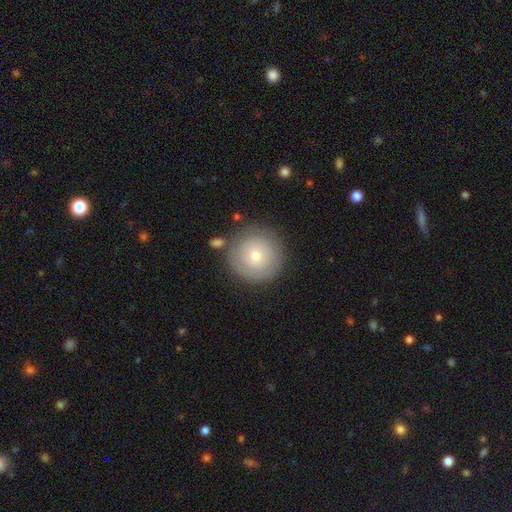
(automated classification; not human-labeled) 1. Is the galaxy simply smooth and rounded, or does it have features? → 67% smooth, 26% featured or disk, 8% star or artifact.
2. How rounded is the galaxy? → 96% round, 3% in between, 1% cigar-shaped.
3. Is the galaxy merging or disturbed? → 81% none, 11% minor disturbance, 4% major disturbance, 4% merger.